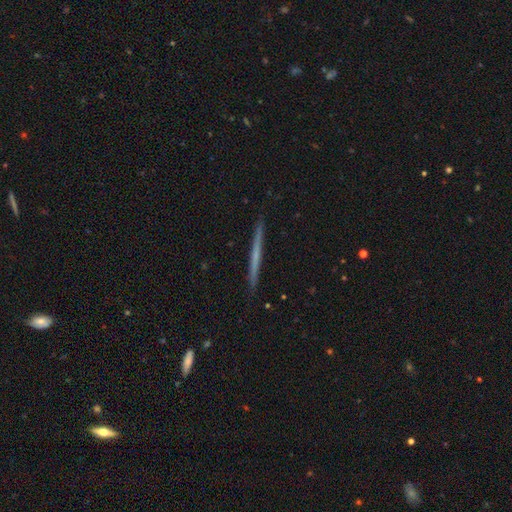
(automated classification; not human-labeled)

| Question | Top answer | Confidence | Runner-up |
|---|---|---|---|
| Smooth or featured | featured or disk | 54% | smooth (40%) |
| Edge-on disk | yes | 98% | no (2%) |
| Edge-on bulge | none | 89% | rounded (8%) |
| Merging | none | 92% | minor disturbance (5%) |